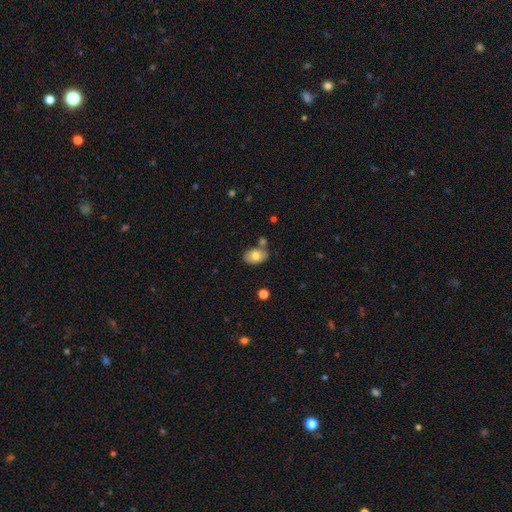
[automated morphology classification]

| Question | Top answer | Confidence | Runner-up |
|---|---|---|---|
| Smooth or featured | smooth | 77% | featured or disk (15%) |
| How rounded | in between | 86% | round (13%) |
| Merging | none | 70% | minor disturbance (15%) |